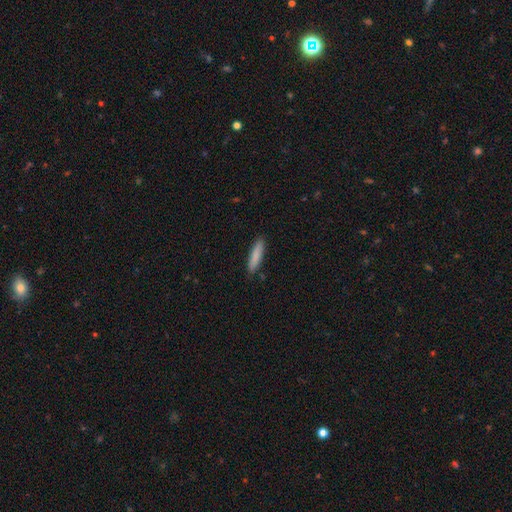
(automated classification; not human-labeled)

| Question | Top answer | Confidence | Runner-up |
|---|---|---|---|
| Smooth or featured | smooth | 84% | featured or disk (9%) |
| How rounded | cigar-shaped | 83% | in between (16%) |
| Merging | none | 88% | minor disturbance (9%) |